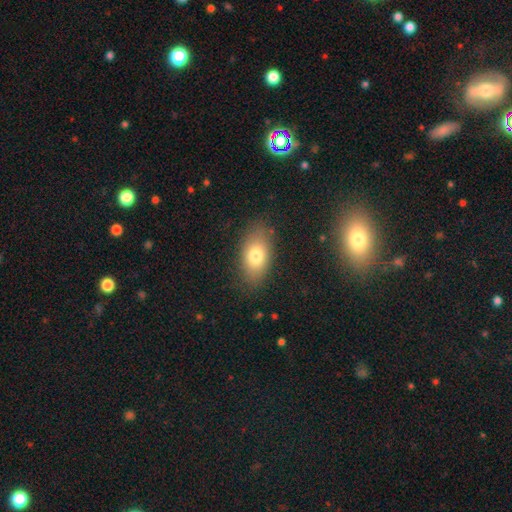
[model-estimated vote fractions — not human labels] The model was most divided on "smooth or featured": smooth: 76%, featured or disk: 15%, star or artifact: 9%. More confident: how rounded — in between (88%); merging — none (83%).